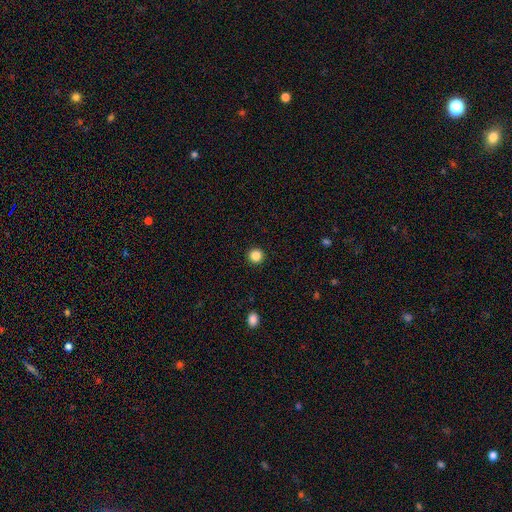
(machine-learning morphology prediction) The model was most divided on "smooth or featured": smooth: 86%, star or artifact: 11%, featured or disk: 3%. More confident: how rounded — round (95%); merging — none (93%).